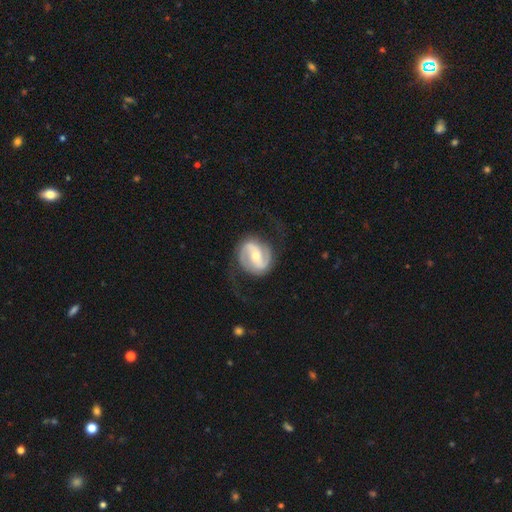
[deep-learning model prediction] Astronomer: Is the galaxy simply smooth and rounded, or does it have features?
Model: featured or disk — 87%.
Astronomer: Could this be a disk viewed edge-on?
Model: no — 98%.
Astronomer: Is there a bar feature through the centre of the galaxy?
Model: strong — 42% (runner-up: weak, 38%).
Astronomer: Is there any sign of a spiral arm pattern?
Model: yes — 95%.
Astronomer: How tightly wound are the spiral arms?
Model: medium — 47% (runner-up: loose, 28%).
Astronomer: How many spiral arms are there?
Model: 2 — 92%.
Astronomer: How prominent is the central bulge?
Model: moderate — 61%.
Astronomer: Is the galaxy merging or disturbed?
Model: none — 70%.